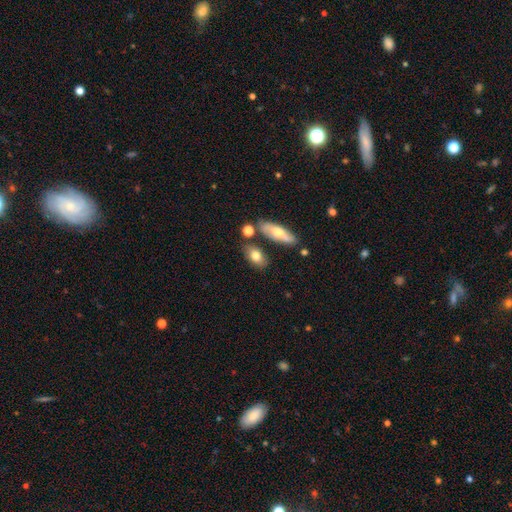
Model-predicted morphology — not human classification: smooth-or-featured: smooth: 73% | featured or disk: 19% | star or artifact: 8%
  how-rounded: in between: 82% | round: 11% | cigar-shaped: 7%
  merging: none: 67% | minor disturbance: 15% | merger: 14% | major disturbance: 4%